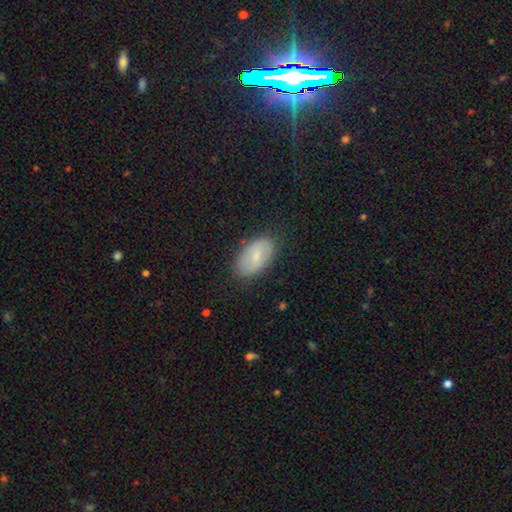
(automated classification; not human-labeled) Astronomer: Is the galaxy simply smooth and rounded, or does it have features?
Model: smooth — 68%.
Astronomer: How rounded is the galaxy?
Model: in between — 94%.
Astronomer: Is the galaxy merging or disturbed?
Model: none — 82%.